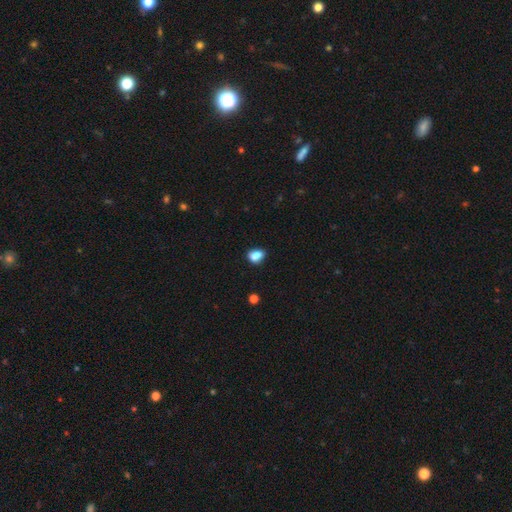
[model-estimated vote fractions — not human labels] Morphology: type=smooth (83%); roundness=in between (74%); merging=none (62%).